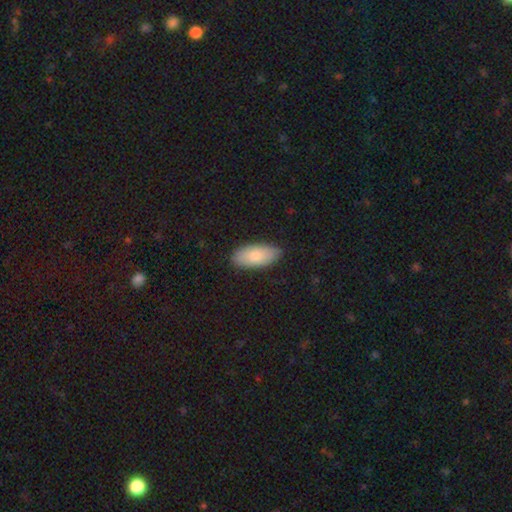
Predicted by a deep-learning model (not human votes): Q: Smooth or featured?
A: smooth (79%); runner-up: featured or disk (16%)
Q: How rounded?
A: in between (91%); runner-up: cigar-shaped (7%)
Q: Merging?
A: none (85%); runner-up: minor disturbance (12%)